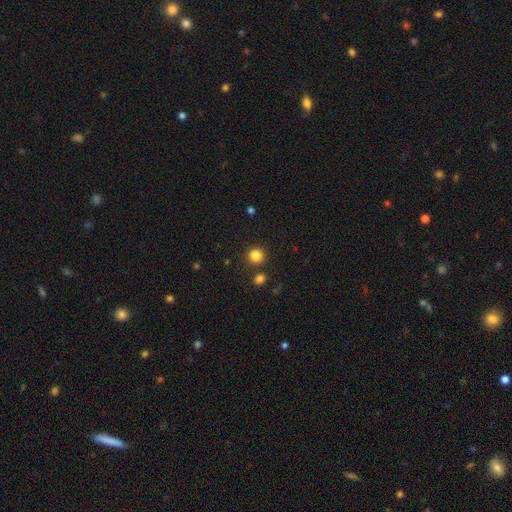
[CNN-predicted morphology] The model was most divided on "smooth or featured": smooth: 84%, star or artifact: 12%, featured or disk: 4%. More confident: how rounded — round (92%); merging — none (87%).